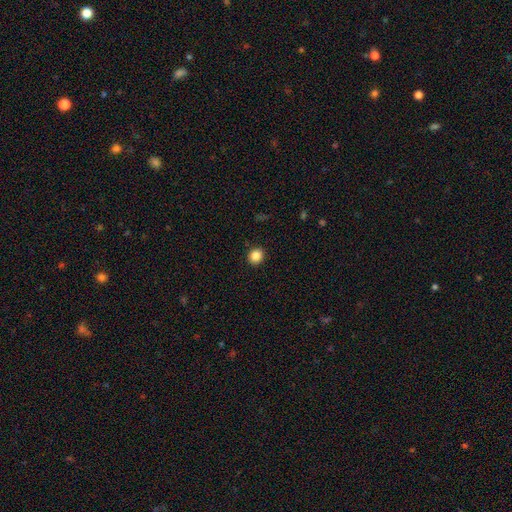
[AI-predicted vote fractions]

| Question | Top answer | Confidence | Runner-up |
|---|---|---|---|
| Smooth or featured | smooth | 87% | star or artifact (10%) |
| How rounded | round | 84% | in between (15%) |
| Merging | none | 92% | minor disturbance (5%) |